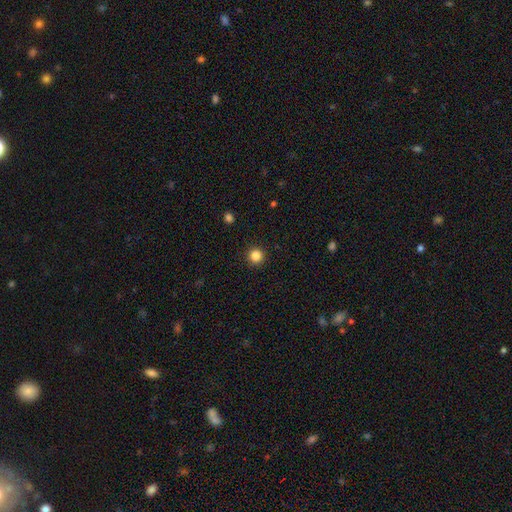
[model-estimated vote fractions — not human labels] Smooth or featured: smooth — 85% (star or artifact — 11%)
How rounded: round — 96% (in between — 3%)
Merging: none — 93% (minor disturbance — 4%)